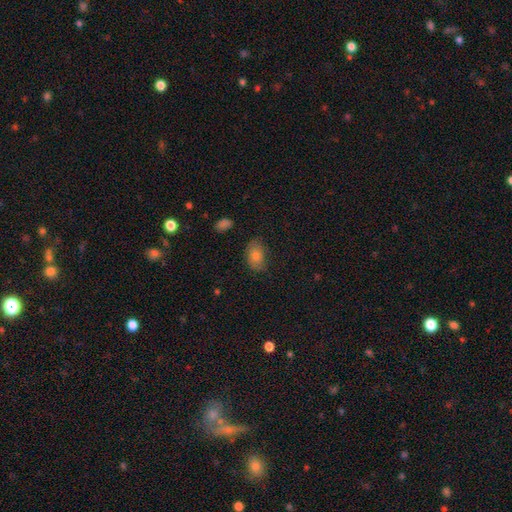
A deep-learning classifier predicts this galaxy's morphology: A smooth galaxy with no disk features (74%) that is in between round and cigar-shaped (83%).

Vote fractions:
- Smooth or featured? smooth: 74% / featured or disk: 15% / star or artifact: 11%
- How rounded? in between: 83% / round: 15% / cigar-shaped: 1%
- Merging? none: 74% / minor disturbance: 20% / major disturbance: 5% / merger: 1%